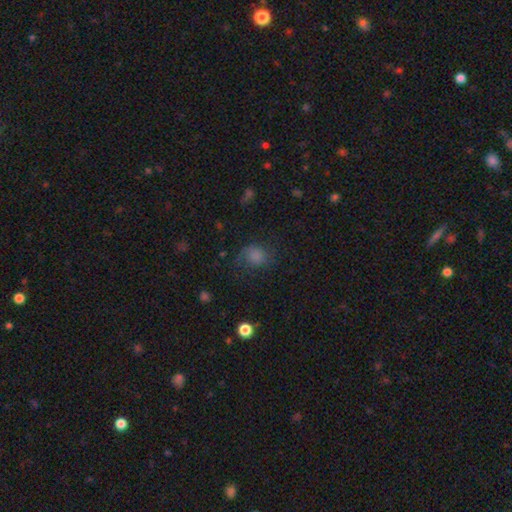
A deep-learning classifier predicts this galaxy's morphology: smooth 74%, star or artifact 14%, featured or disk 13%. Down the decision tree: how rounded — round (61%); merging — none (59%).